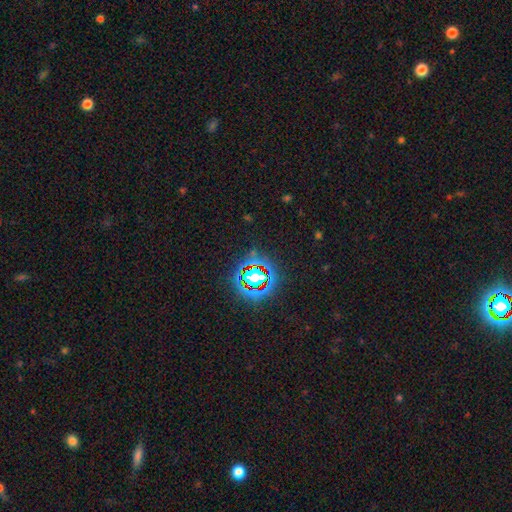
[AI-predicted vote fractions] Smooth or featured? Predicted: star or artifact (p=0.80).